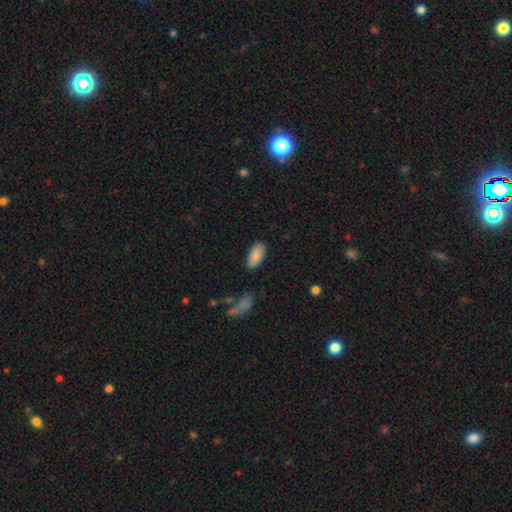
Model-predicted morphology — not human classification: type=smooth (88%); roundness=in between (91%); merging=none (83%).